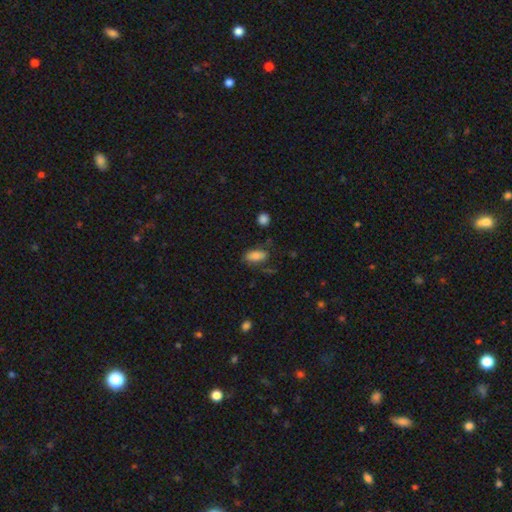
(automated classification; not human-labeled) smooth-or-featured: smooth: 80% | featured or disk: 12% | star or artifact: 8%
  how-rounded: in between: 89% | cigar-shaped: 7% | round: 4%
  merging: none: 66% | minor disturbance: 22% | major disturbance: 8% | merger: 4%